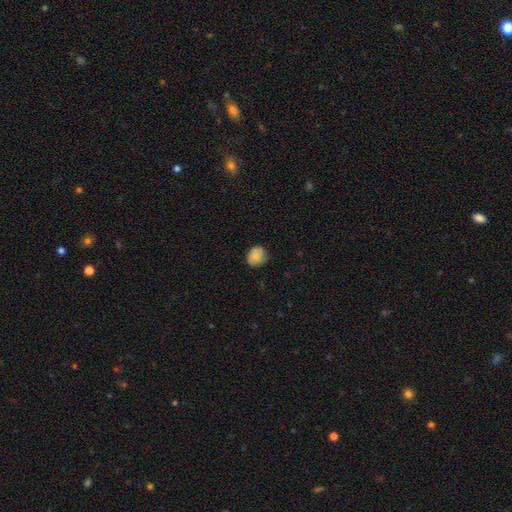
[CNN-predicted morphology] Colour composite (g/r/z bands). It shows a smooth galaxy with no disk features (81%) that is round (74%). Merging: none (76%).